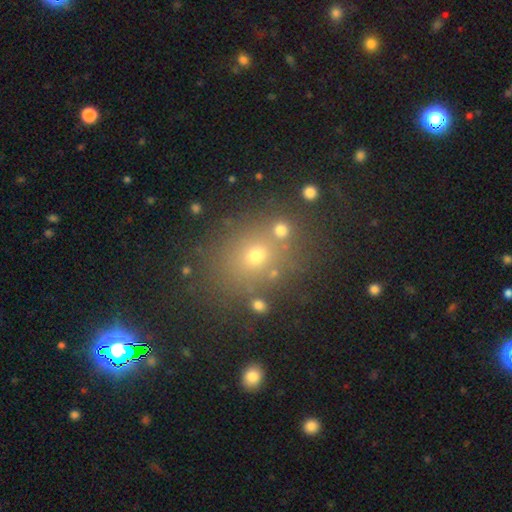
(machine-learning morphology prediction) The model was most divided on "how rounded": round: 54%, in between: 44%, cigar-shaped: 1%. More confident: merging — none (71%); smooth or featured — smooth (61%).